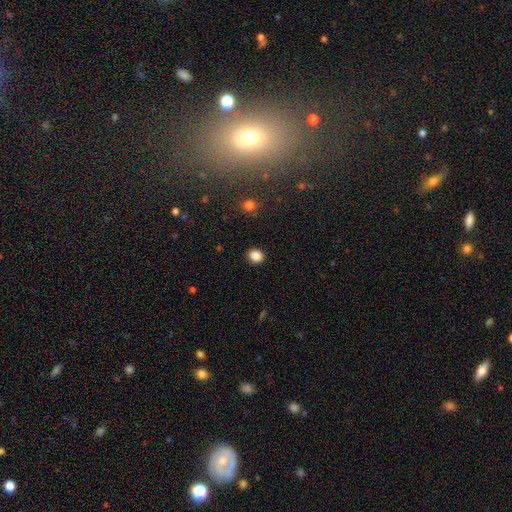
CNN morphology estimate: Q: Smooth or featured?
A: smooth (86%); runner-up: star or artifact (11%)
Q: How rounded?
A: round (73%); runner-up: in between (26%)
Q: Merging?
A: none (91%); runner-up: minor disturbance (6%)